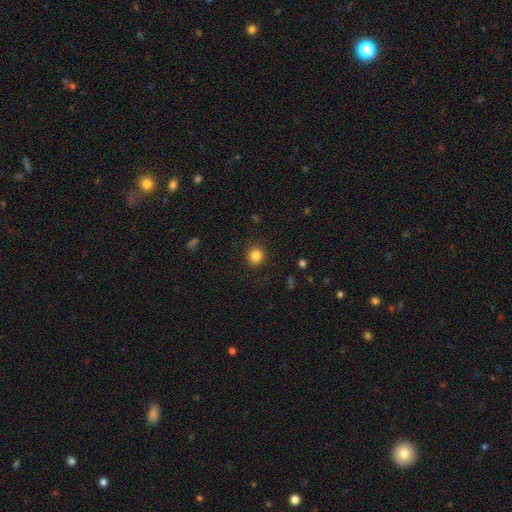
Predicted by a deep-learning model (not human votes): Q: Smooth or featured?
A: smooth (84%); runner-up: star or artifact (11%)
Q: How rounded?
A: round (84%); runner-up: in between (15%)
Q: Merging?
A: none (90%); runner-up: minor disturbance (7%)